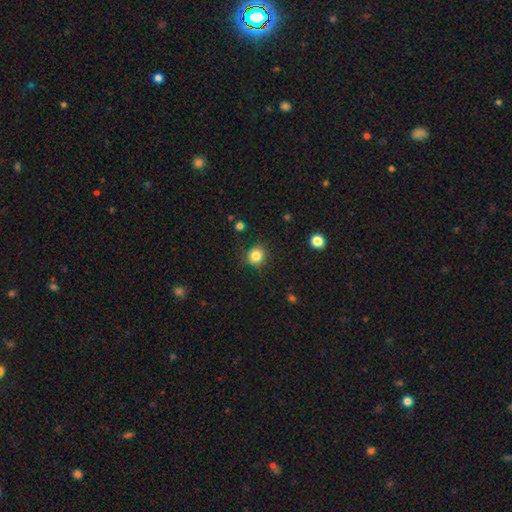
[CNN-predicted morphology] The model was most divided on "how rounded": round: 84%, in between: 15%, cigar-shaped: 1%. More confident: merging — none (84%); smooth or featured — smooth (83%).